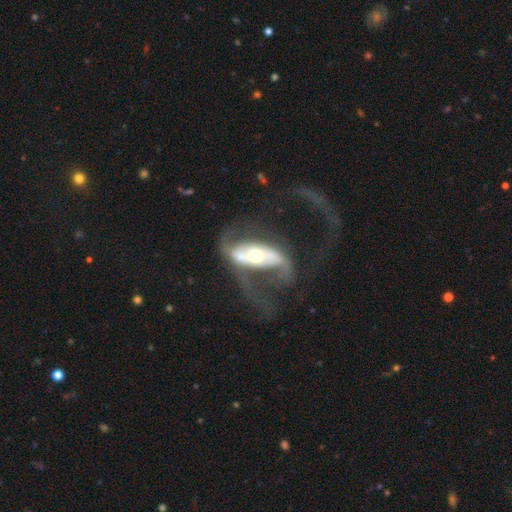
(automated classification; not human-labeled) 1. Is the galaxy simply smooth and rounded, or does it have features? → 82% featured or disk, 13% smooth, 5% star or artifact.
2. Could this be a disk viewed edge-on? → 92% no, 8% yes.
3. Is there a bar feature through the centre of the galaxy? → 39% strong, 37% no, 24% weak.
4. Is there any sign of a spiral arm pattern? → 82% yes, 18% no.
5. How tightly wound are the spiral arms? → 55% loose, 35% medium, 11% tight.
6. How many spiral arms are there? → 86% 2, 6% can't tell, 5% 1, 1% 3, 1% 4, 1% more than 4.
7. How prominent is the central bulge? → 64% moderate, 18% small, 14% large, 2% dominant, 1% none.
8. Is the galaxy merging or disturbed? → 37% none, 36% major disturbance, 14% minor disturbance, 13% merger.